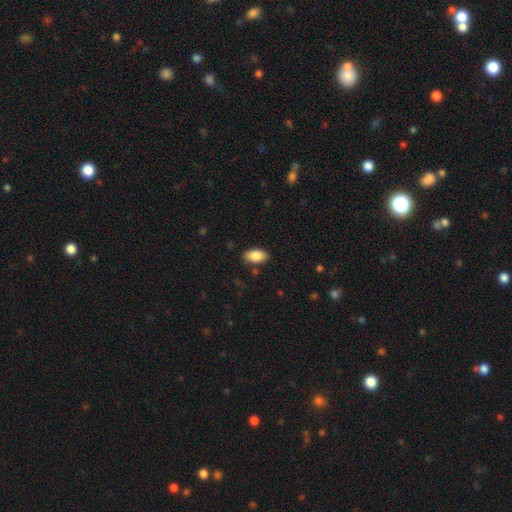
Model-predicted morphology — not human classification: This appears to be a smooth galaxy with no disk features (86%) that is in between round and cigar-shaped (93%). Merging: none (85%).